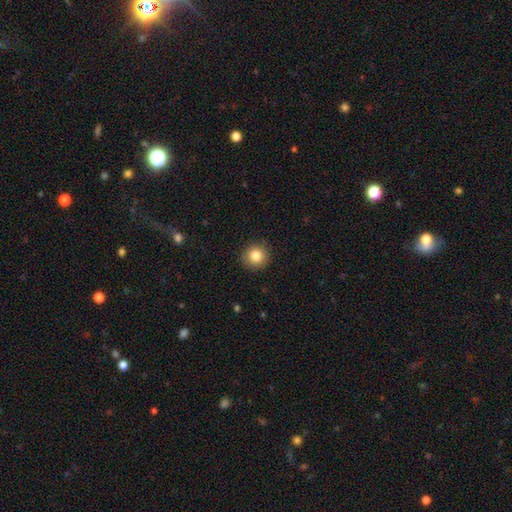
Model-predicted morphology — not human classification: The model was most divided on "smooth or featured": smooth: 84%, star or artifact: 10%, featured or disk: 7%. More confident: how rounded — round (91%); merging — none (90%).